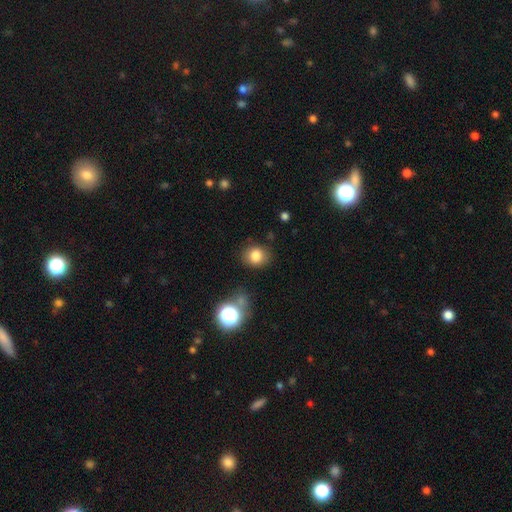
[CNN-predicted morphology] A smooth galaxy with no disk features (81%) that is round (72%).

Vote fractions:
- Smooth or featured? smooth: 81% / star or artifact: 12% / featured or disk: 7%
- How rounded? round: 72% / in between: 27% / cigar-shaped: 1%
- Merging? none: 82% / minor disturbance: 12% / major disturbance: 4% / merger: 3%